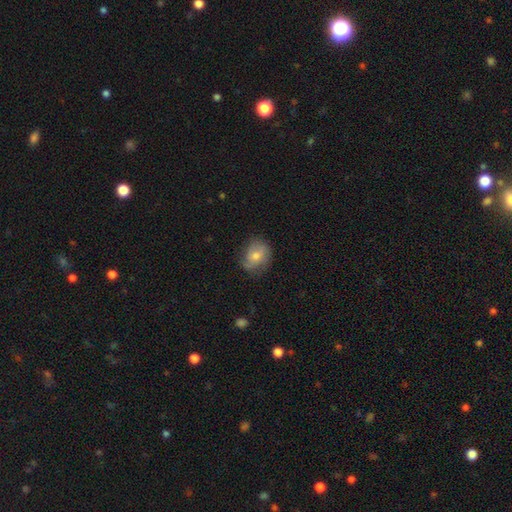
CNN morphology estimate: Overall: smooth (59%; featured or disk 31%). How rounded: round (54%; in between 45%). Merging: none (69%).